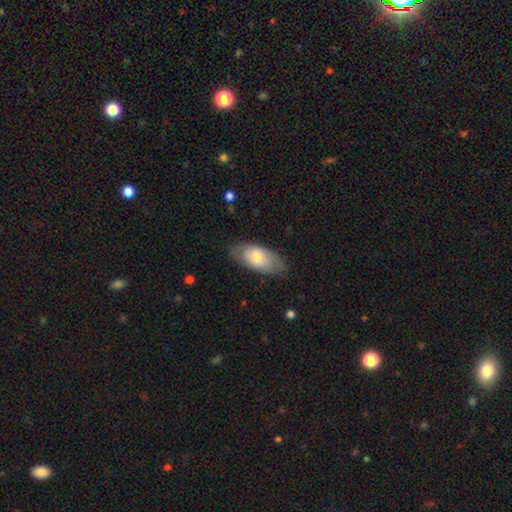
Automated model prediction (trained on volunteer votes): Q: Smooth or featured?
A: smooth (66%); runner-up: featured or disk (28%)
Q: How rounded?
A: in between (89%); runner-up: cigar-shaped (8%)
Q: Merging?
A: none (78%); runner-up: minor disturbance (17%)